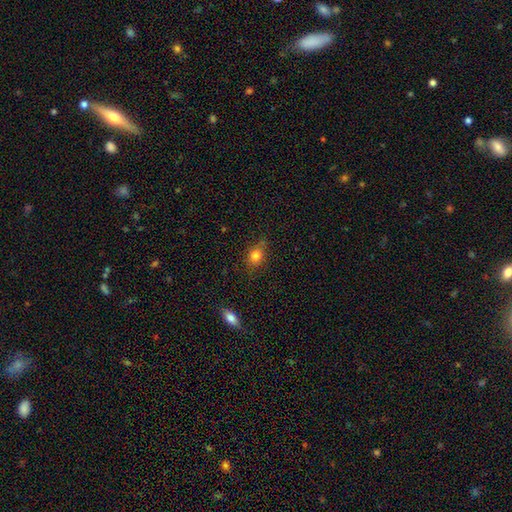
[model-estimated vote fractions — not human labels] Smooth or featured?
  - smooth: 81% *
  - star or artifact: 11%
  - featured or disk: 8%
How rounded?
  - round: 51% *
  - in between: 47%
  - cigar-shaped: 2%
Merging?
  - none: 73% *
  - minor disturbance: 18%
  - major disturbance: 4%
  - merger: 4%